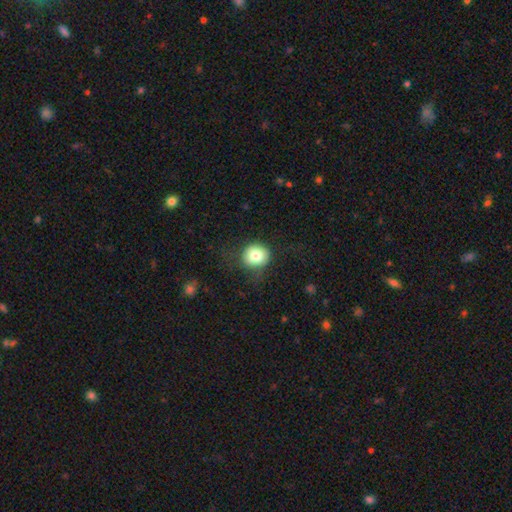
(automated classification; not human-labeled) The model was most divided on "merging": none: 71%, minor disturbance: 19%, major disturbance: 8%, merger: 1%. More confident: how rounded — round (85%); smooth or featured — smooth (78%).